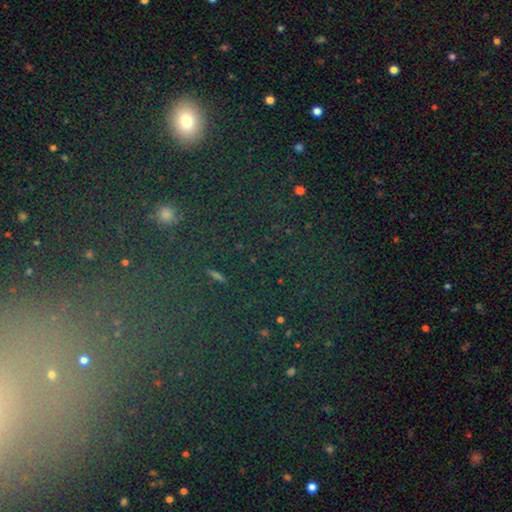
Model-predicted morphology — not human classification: This is possibly a star or artifact rather than a galaxy (52%).